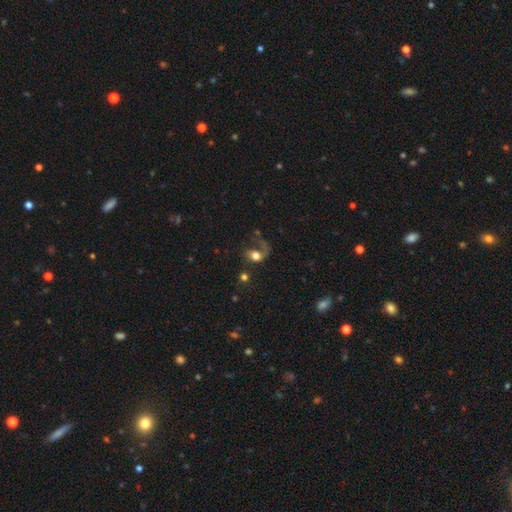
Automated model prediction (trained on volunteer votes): A smooth galaxy with no disk features (48%). Merging: major disturbance (51%).